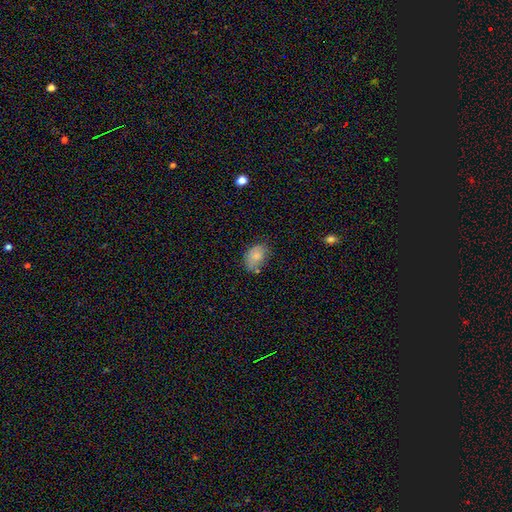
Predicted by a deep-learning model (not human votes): This appears to be a smooth galaxy with no disk features (79%) that is in between round and cigar-shaped (83%). Merging: none (61%).